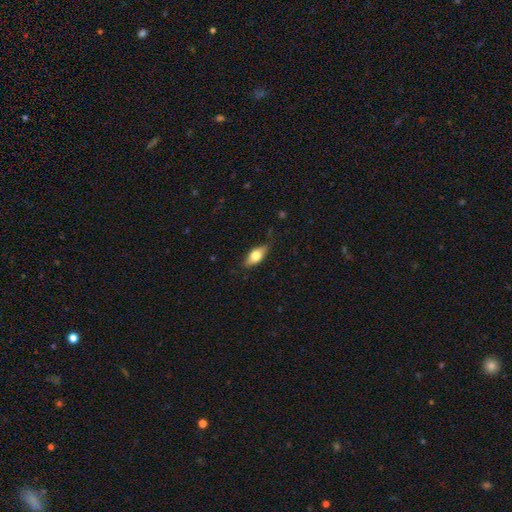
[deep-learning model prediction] Q: Smooth or featured?
A: smooth (66%); runner-up: featured or disk (28%)
Q: How rounded?
A: in between (82%); runner-up: cigar-shaped (14%)
Q: Merging?
A: none (79%); runner-up: minor disturbance (16%)